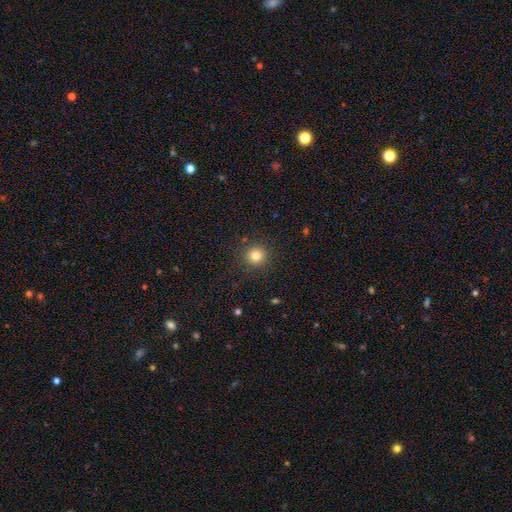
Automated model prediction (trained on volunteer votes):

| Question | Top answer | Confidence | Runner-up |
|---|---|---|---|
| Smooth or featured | smooth | 81% | star or artifact (13%) |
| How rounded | round | 94% | in between (5%) |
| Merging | none | 90% | minor disturbance (6%) |